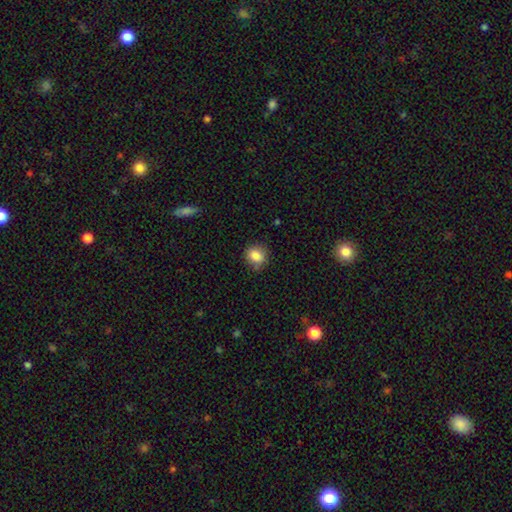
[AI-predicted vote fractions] smooth 85%, star or artifact 9%, featured or disk 6%. Down the decision tree: how rounded — round (66%); merging — none (79%).